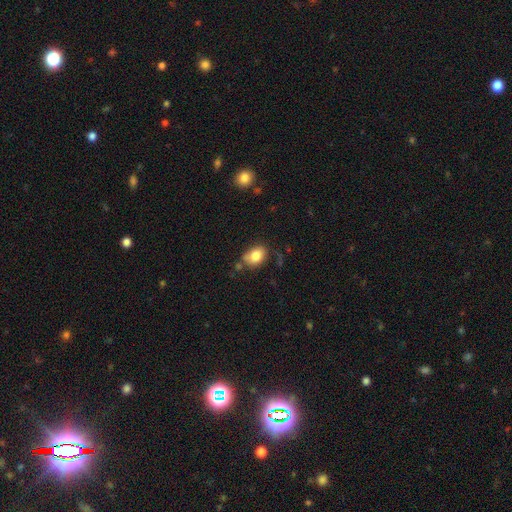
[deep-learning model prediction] Smooth or featured: smooth — 82% (featured or disk — 10%)
How rounded: in between — 72% (round — 27%)
Merging: none — 62% (minor disturbance — 22%)